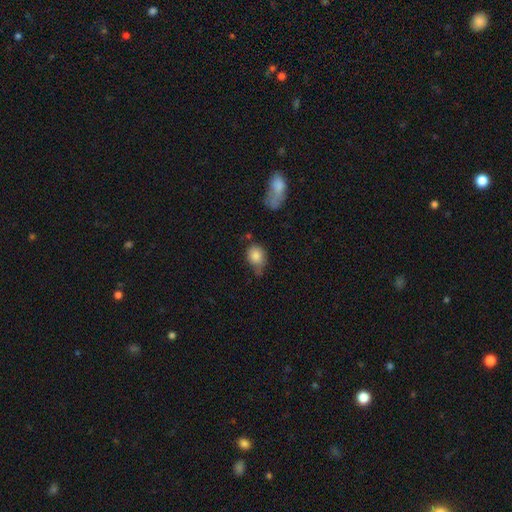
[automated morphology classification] This is clearly a smooth galaxy (83%). How rounded: possibly round (52%). Merging: possibly none (47%).